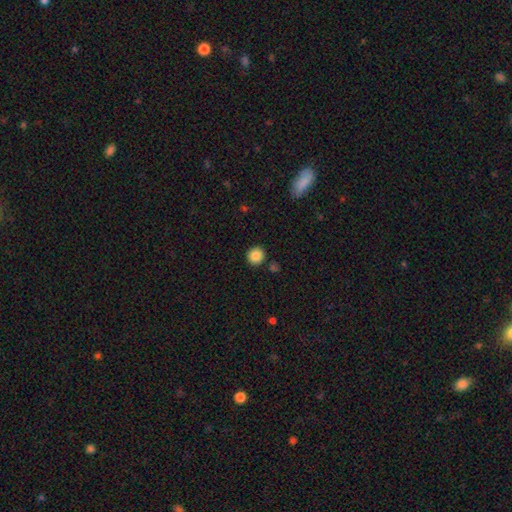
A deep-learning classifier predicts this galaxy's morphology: smooth_or_featured: smooth (p=0.87) [alt: star or artifact p=0.09]
how_rounded: round (p=0.93) [alt: in between p=0.06]
merging: none (p=0.89) [alt: minor disturbance p=0.06]